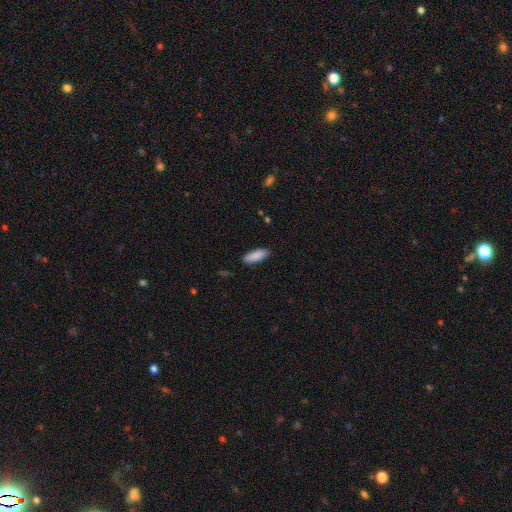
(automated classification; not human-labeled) Smooth or featured?
  - smooth: 90% *
  - star or artifact: 6%
  - featured or disk: 4%
How rounded?
  - in between: 70% *
  - cigar-shaped: 29%
  - round: 2%
Merging?
  - none: 88% *
  - minor disturbance: 9%
  - major disturbance: 2%
  - merger: 1%